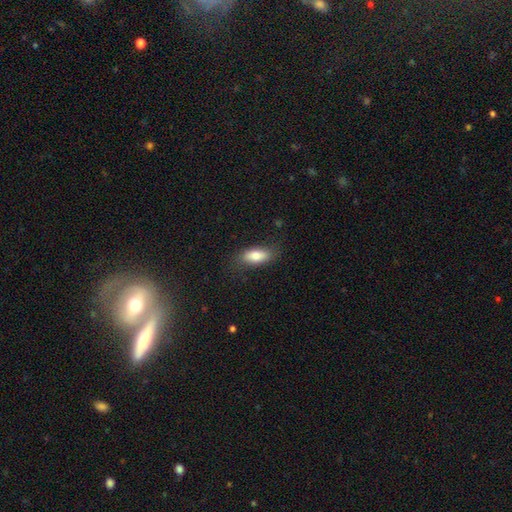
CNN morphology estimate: A smooth galaxy with no disk features (81%) that is in between round and cigar-shaped (84%).

Vote fractions:
- Smooth or featured? smooth: 81% / featured or disk: 13% / star or artifact: 7%
- How rounded? in between: 84% / cigar-shaped: 12% / round: 3%
- Merging? none: 78% / minor disturbance: 16% / major disturbance: 5% / merger: 1%